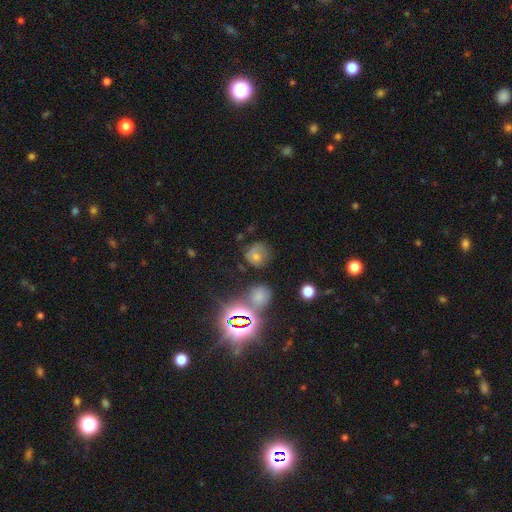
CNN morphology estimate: Q: Smooth or featured?
A: smooth (61%); runner-up: star or artifact (22%)
Q: How rounded?
A: round (79%); runner-up: in between (19%)
Q: Merging?
A: none (59%); runner-up: minor disturbance (23%)